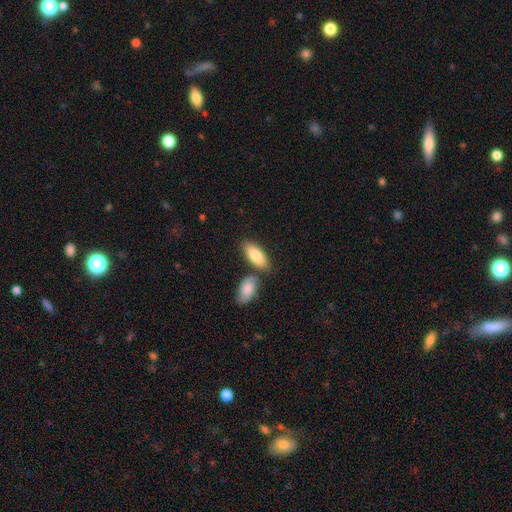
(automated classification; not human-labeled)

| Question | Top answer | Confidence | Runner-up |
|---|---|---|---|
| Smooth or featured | smooth | 81% | featured or disk (13%) |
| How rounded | in between | 86% | cigar-shaped (12%) |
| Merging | none | 65% | merger (19%) |